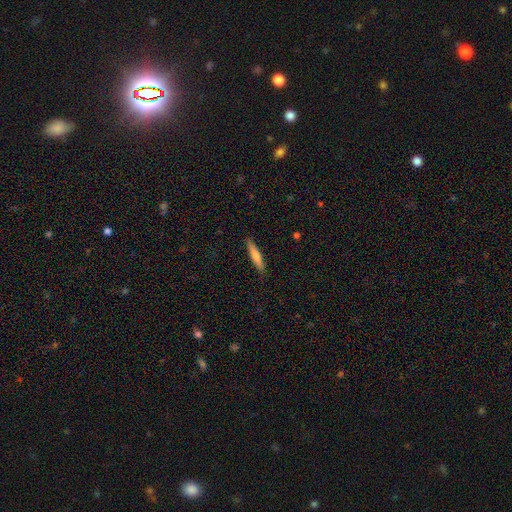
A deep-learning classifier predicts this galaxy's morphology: smooth-or-featured: smooth: 68% | featured or disk: 27% | star or artifact: 6%
  how-rounded: cigar-shaped: 91% | in between: 8% | round: 1%
  merging: none: 90% | minor disturbance: 7% | major disturbance: 2% | merger: 1%